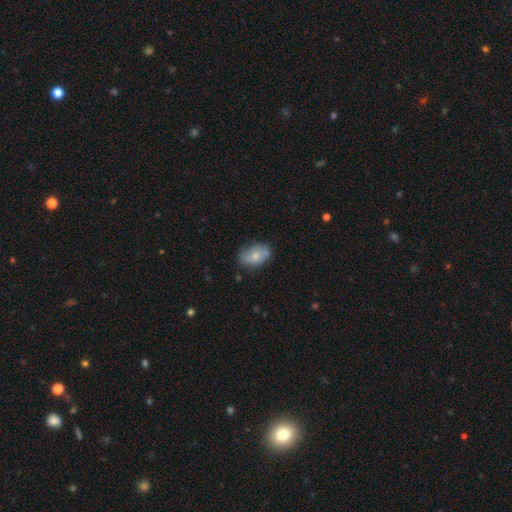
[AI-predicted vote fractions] smooth 58%, featured or disk 35%, star or artifact 8%. Down the decision tree: how rounded — in between (81%); merging — none (64%).